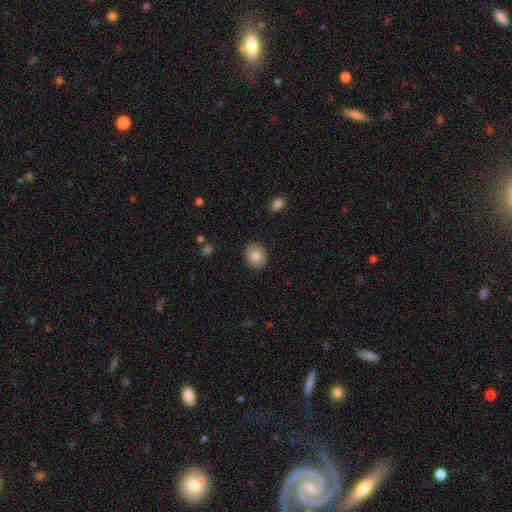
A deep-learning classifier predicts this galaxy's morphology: Smooth or featured? smooth (82%)
How rounded? round (67%)
Merging? none (89%)